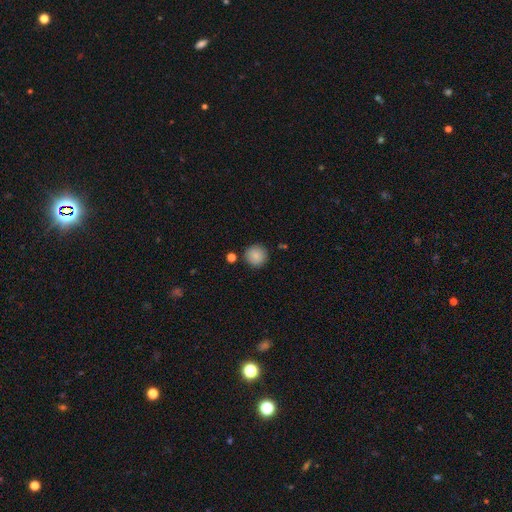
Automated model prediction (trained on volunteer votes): Smooth or featured? smooth (86%)
How rounded? round (94%)
Merging? none (87%)